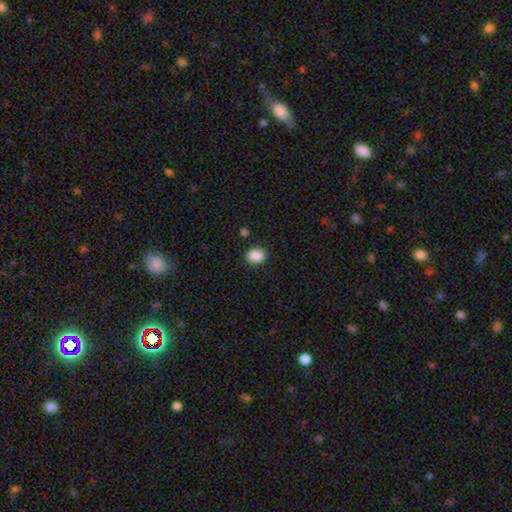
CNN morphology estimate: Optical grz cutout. It shows a smooth galaxy with no disk features (88%) that is in between round and cigar-shaped (51%). Merging: none (87%).